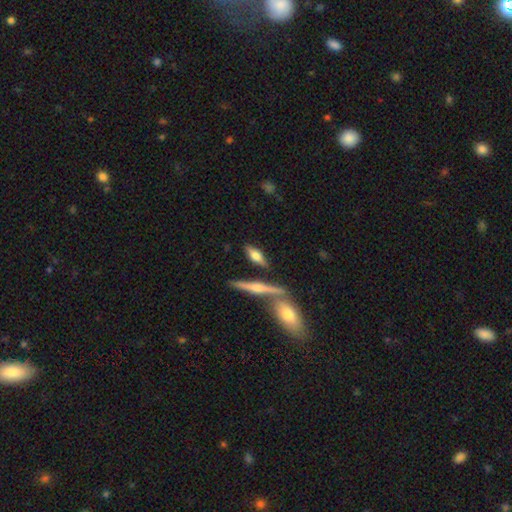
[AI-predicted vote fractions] Smooth or featured? Predicted: smooth (p=0.52). How rounded? Predicted: in between (p=0.56). Merging? Predicted: none (p=0.74).